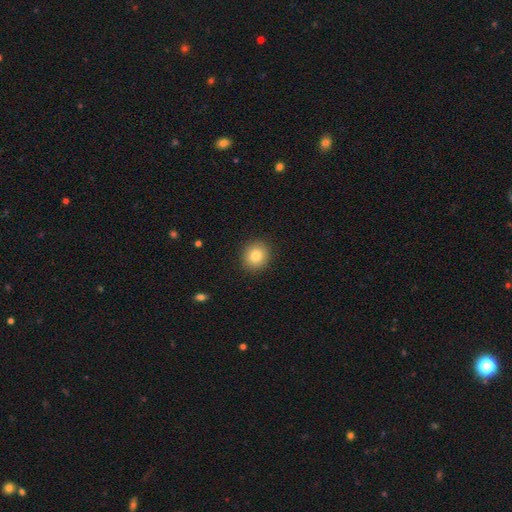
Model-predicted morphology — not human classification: A smooth galaxy with no disk features (82%) that is round (82%). Merging: none (91%).